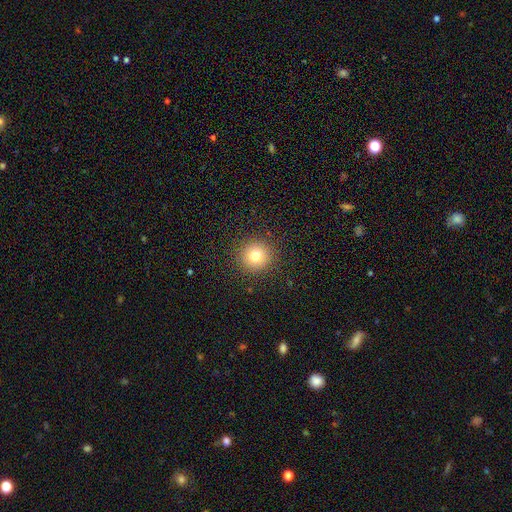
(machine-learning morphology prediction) The model was most divided on "smooth or featured": smooth: 77%, star or artifact: 14%, featured or disk: 9%. More confident: how rounded — round (95%); merging — none (91%).